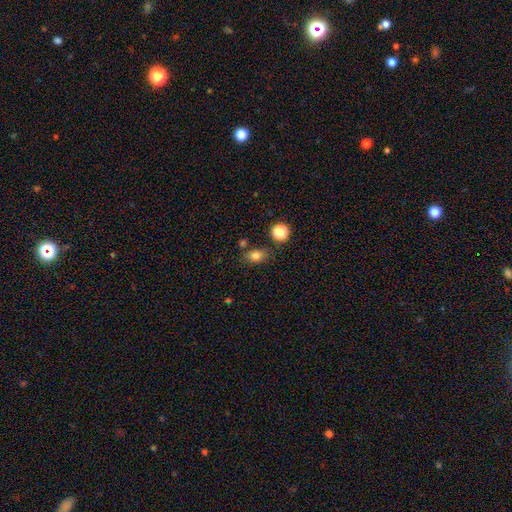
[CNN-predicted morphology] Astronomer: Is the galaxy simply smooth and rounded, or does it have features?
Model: smooth — 81%.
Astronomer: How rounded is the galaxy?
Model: in between — 71%.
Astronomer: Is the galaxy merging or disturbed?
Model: none — 75%.